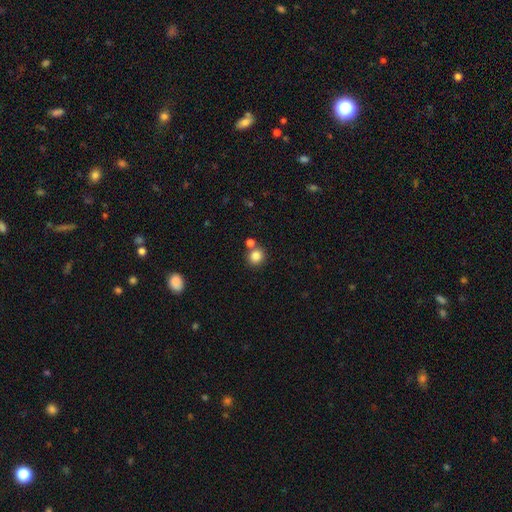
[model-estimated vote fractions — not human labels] smooth_or_featured: smooth (p=0.84) [alt: star or artifact p=0.11]
how_rounded: round (p=0.89) [alt: in between p=0.10]
merging: none (p=0.69) [alt: merger p=0.20]